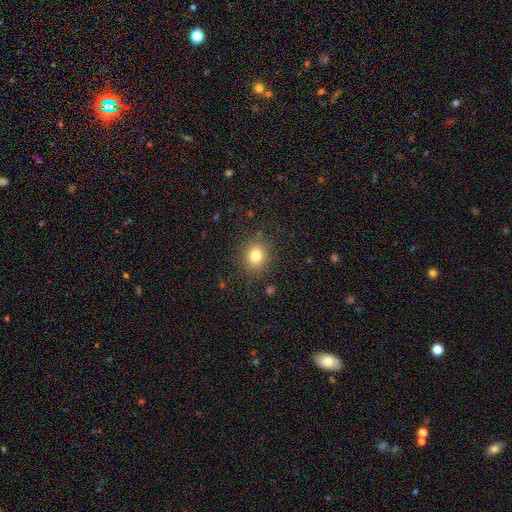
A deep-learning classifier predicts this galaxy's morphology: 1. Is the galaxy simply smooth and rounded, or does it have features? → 79% smooth, 13% star or artifact, 8% featured or disk.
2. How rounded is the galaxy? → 74% round, 26% in between, 1% cigar-shaped.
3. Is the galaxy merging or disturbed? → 86% none, 9% minor disturbance, 4% major disturbance, 1% merger.